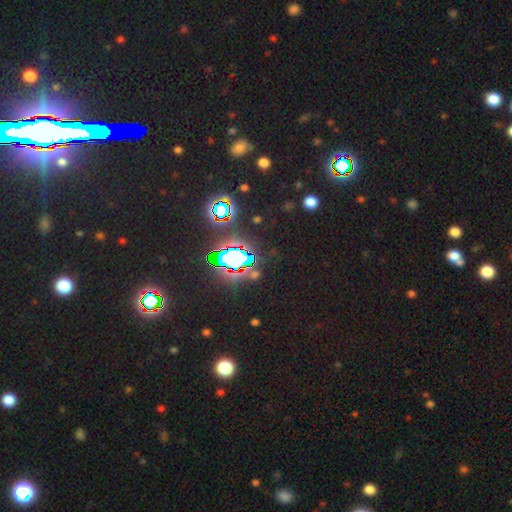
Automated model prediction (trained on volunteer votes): A star or artifact, not a galaxy (80%).